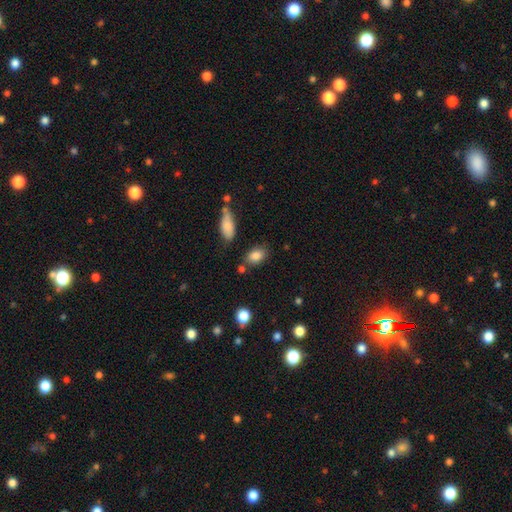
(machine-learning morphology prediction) The model was most divided on "merging": none: 74%, minor disturbance: 15%, merger: 7%, major disturbance: 4%. More confident: smooth or featured — smooth (84%); how rounded — in between (84%).